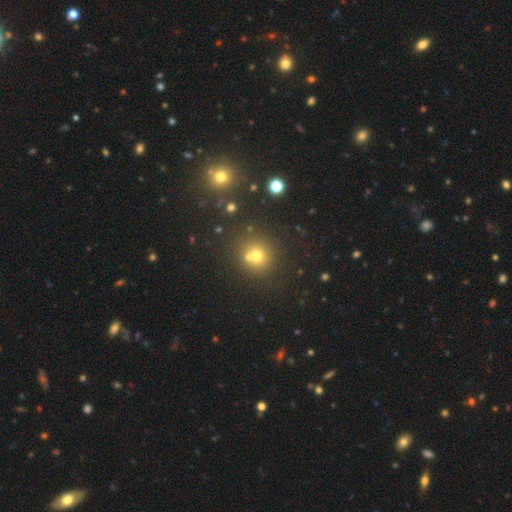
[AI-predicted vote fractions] This appears to be a smooth galaxy with no disk features (63%) that is round (88%). Merging: none (59%).